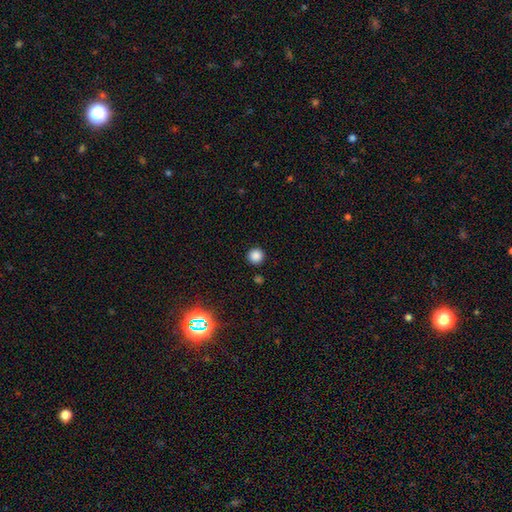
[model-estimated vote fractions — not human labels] Smooth or featured? Predicted: smooth (p=0.85). How rounded? Predicted: round (p=0.95). Merging? Predicted: none (p=0.91).